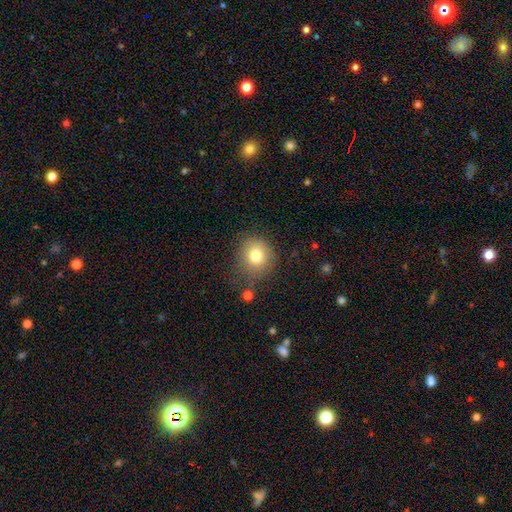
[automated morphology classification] type=smooth (78%); roundness=round (84%); merging=none (70%).